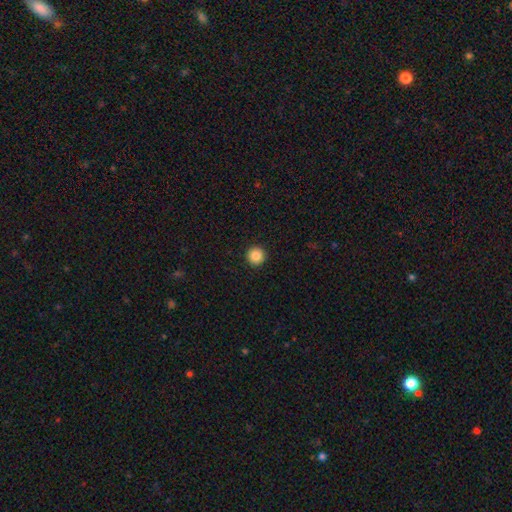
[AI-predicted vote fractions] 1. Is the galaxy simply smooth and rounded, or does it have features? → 86% smooth, 10% star or artifact, 4% featured or disk.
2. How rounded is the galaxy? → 96% round, 3% in between, 1% cigar-shaped.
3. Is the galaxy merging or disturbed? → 94% none, 4% minor disturbance, 1% major disturbance, 1% merger.